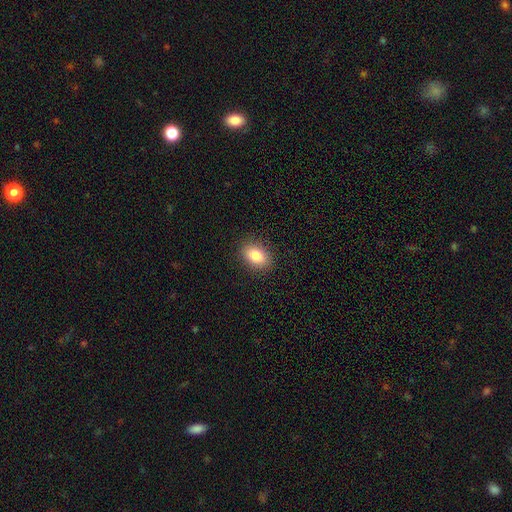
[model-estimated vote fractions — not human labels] smooth-or-featured: smooth: 84% | star or artifact: 8% | featured or disk: 8%
  how-rounded: in between: 82% | round: 16% | cigar-shaped: 2%
  merging: none: 89% | minor disturbance: 8% | major disturbance: 2% | merger: 1%